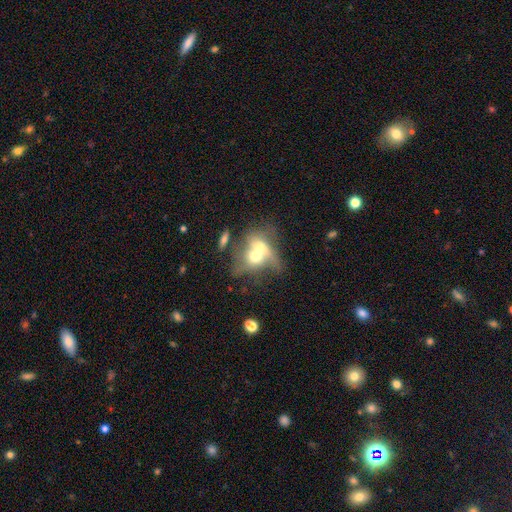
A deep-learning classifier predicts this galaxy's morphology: Overall: smooth (56%; featured or disk 35%). How rounded: in between (49%; round 48%). Merging: merger (78%).